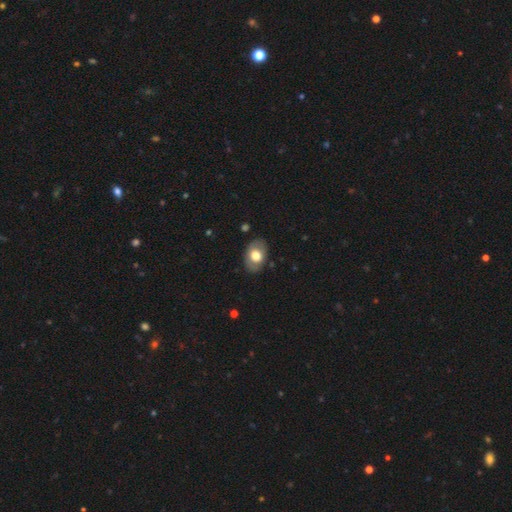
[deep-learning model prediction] The model was most divided on "smooth or featured": smooth: 64%, featured or disk: 29%, star or artifact: 7%. More confident: merging — none (80%); how rounded — in between (79%).